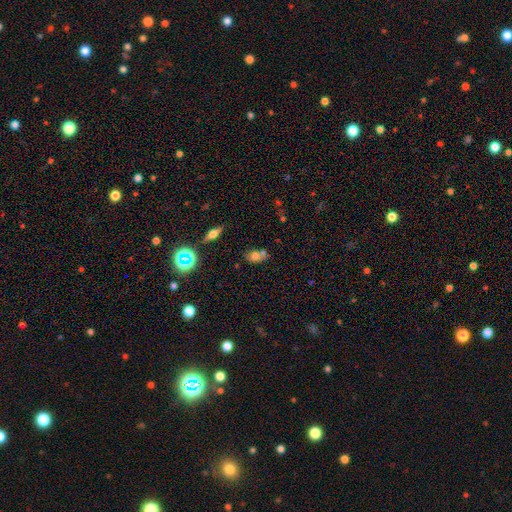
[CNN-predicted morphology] A smooth galaxy with no disk features (64%) that is in between round and cigar-shaped (71%).

Vote fractions:
- Smooth or featured? smooth: 64% / featured or disk: 20% / star or artifact: 16%
- How rounded? in between: 71% / round: 26% / cigar-shaped: 4%
- Merging? none: 50% / merger: 30% / minor disturbance: 15% / major disturbance: 5%